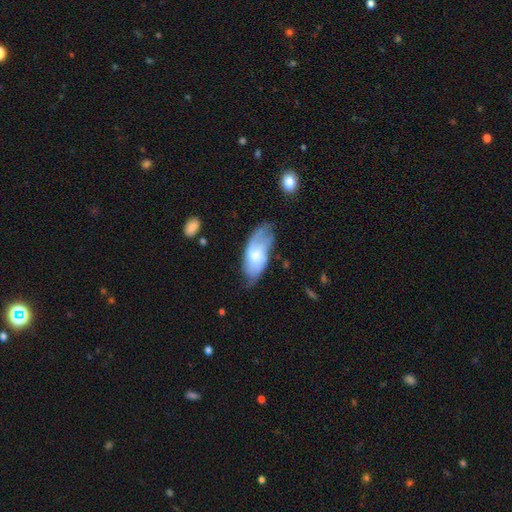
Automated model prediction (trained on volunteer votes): This is possibly a featured or disk galaxy (51%). It is clearly not viewed edge-on (91%). Merging: possibly none (49%).